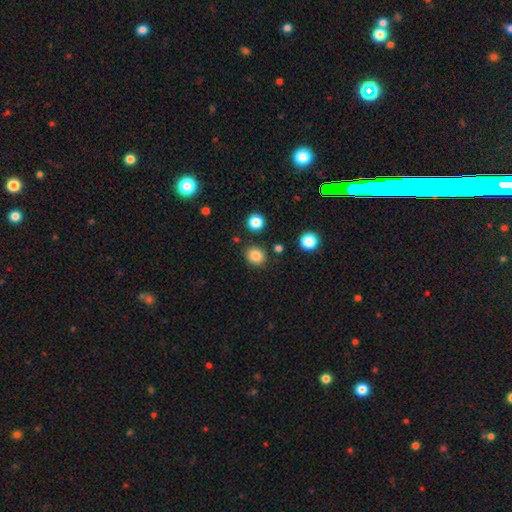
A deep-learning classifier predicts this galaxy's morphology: smooth 84%, star or artifact 11%, featured or disk 5%. Down the decision tree: how rounded — round (77%); merging — none (85%).